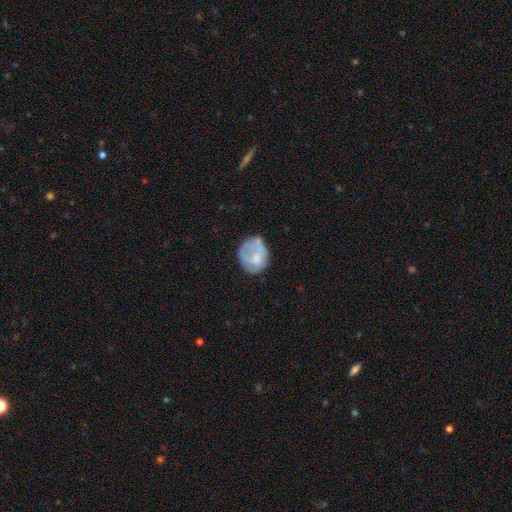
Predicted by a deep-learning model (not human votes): smooth 55%, featured or disk 37%, star or artifact 8%. Down the decision tree: how rounded — round (57%); merging — none (51%).